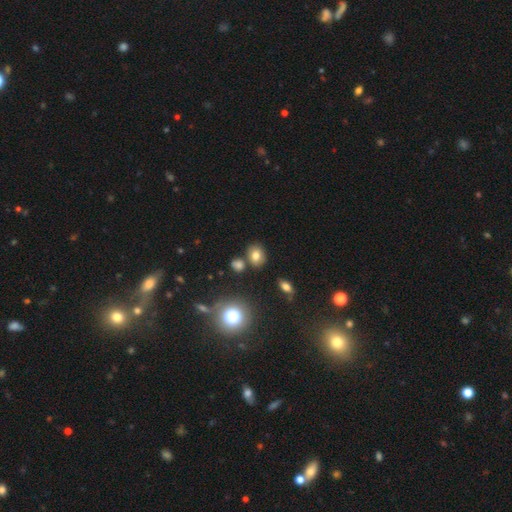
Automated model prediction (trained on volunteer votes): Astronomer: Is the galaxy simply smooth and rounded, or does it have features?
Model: smooth — 75%.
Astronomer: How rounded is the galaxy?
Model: in between — 52% (runner-up: round, 46%).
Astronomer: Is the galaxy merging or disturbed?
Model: none — 75%.